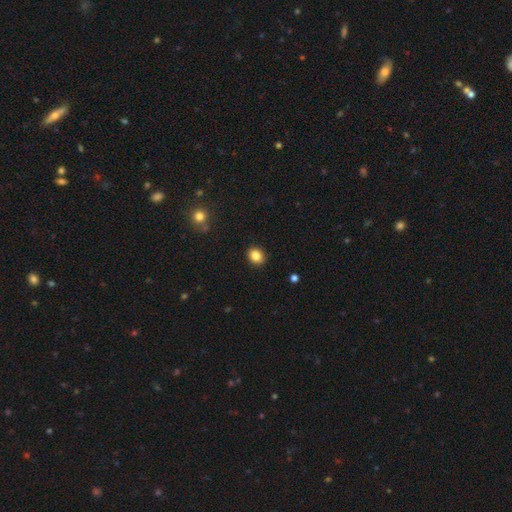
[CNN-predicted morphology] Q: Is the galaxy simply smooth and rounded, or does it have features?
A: smooth — 86%.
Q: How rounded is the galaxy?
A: round — 56%.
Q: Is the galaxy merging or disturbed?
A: none — 90%.